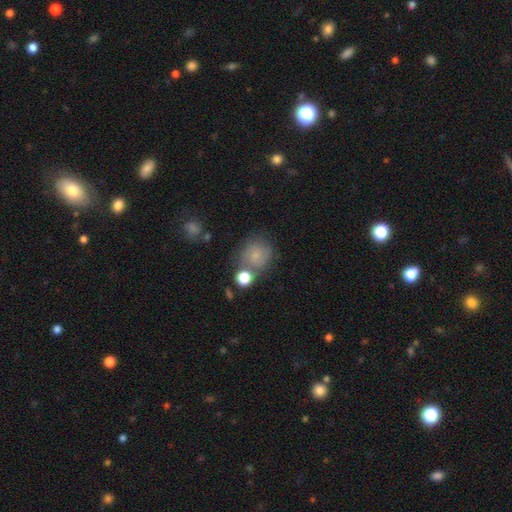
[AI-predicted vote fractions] Smooth or featured? smooth (63%)
How rounded? round (81%)
Merging? none (59%)